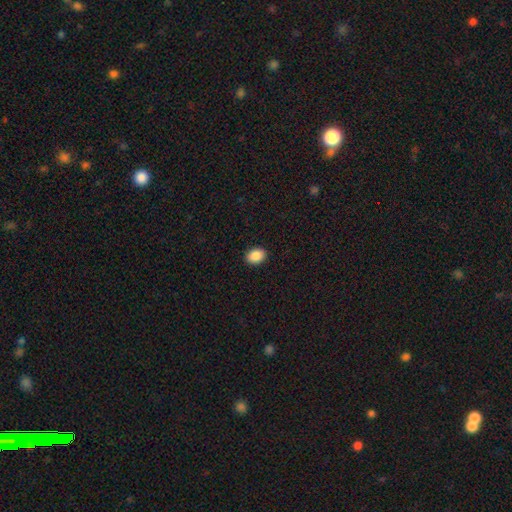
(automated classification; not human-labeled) Smooth or featured? smooth (89%)
How rounded? in between (74%)
Merging? none (91%)